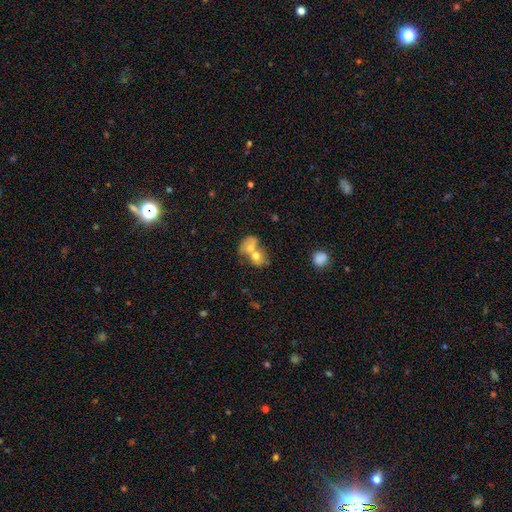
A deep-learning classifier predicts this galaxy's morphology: Smooth or featured?
  - smooth: 65% *
  - featured or disk: 25%
  - star or artifact: 10%
How rounded?
  - in between: 49% * (tied)
  - round: 49% * (tied)
  - cigar-shaped: 1%
Merging?
  - merger: 73% *
  - none: 16%
  - minor disturbance: 6%
  - major disturbance: 4%